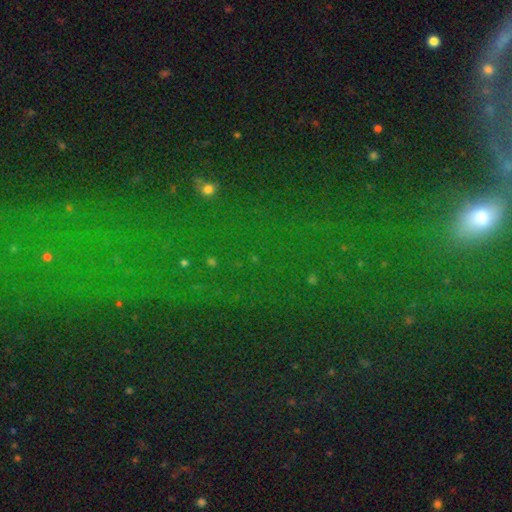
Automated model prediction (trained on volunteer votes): A star or artifact, not a galaxy (57%).

Vote fractions:
- Smooth or featured? star or artifact: 57% / smooth: 25% / featured or disk: 18%